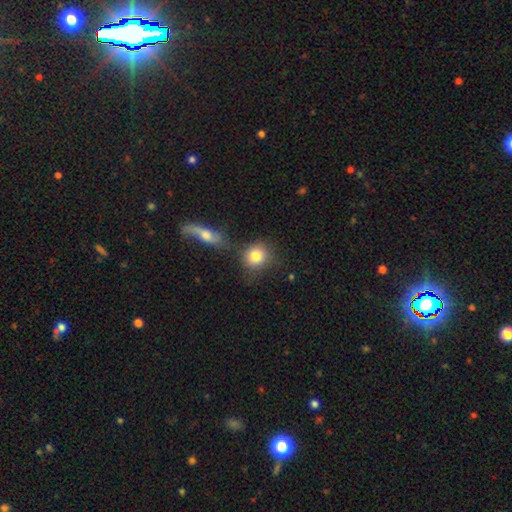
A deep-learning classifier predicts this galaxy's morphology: This is clearly a smooth galaxy (83%). How rounded: clearly round (81%). Merging: likely none (63%).